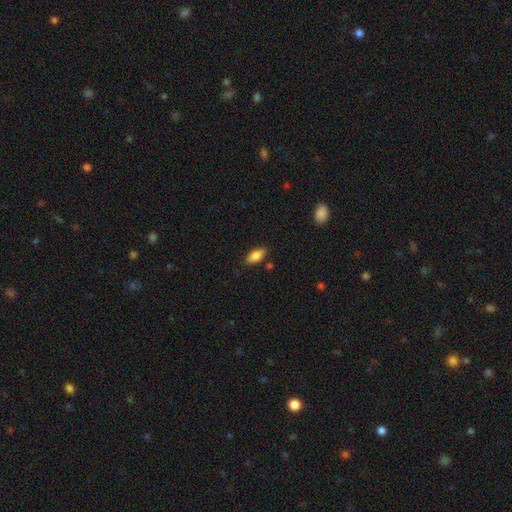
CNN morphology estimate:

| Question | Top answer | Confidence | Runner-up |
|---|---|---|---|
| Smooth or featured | smooth | 85% | featured or disk (8%) |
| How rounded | in between | 88% | cigar-shaped (10%) |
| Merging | none | 83% | minor disturbance (12%) |